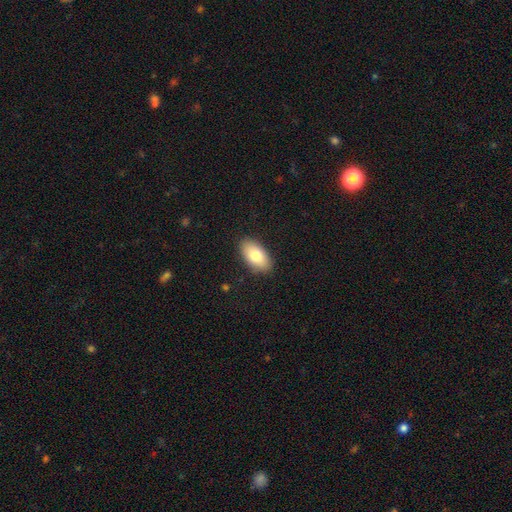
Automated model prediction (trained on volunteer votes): Smooth or featured? smooth (80%)
How rounded? in between (94%)
Merging? none (88%)